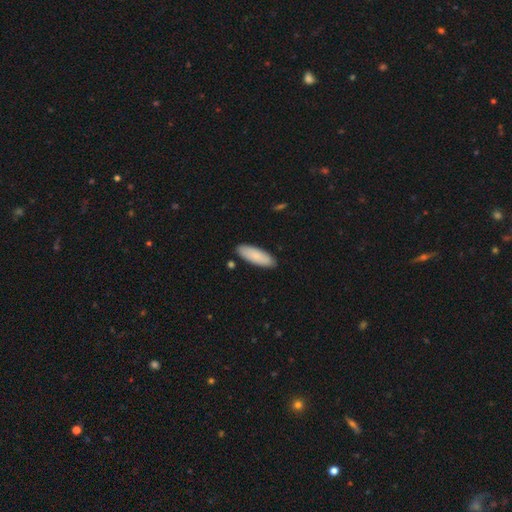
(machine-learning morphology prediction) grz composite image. It shows a smooth galaxy with no disk features (85%) that is in between round and cigar-shaped (64%). Merging: none (87%).